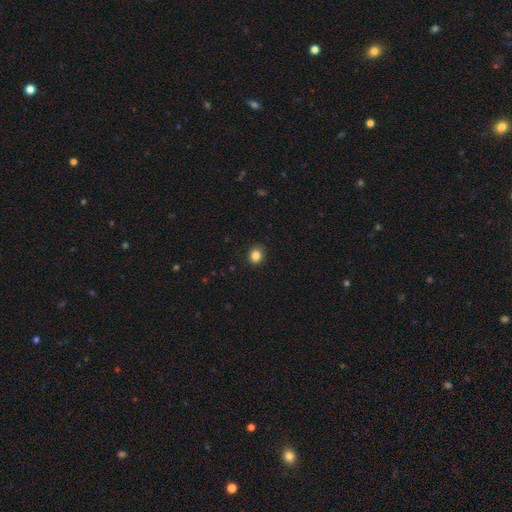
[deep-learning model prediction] Smooth or featured? Predicted: smooth (p=0.85). How rounded? Predicted: round (p=0.67). Merging? Predicted: none (p=0.89).